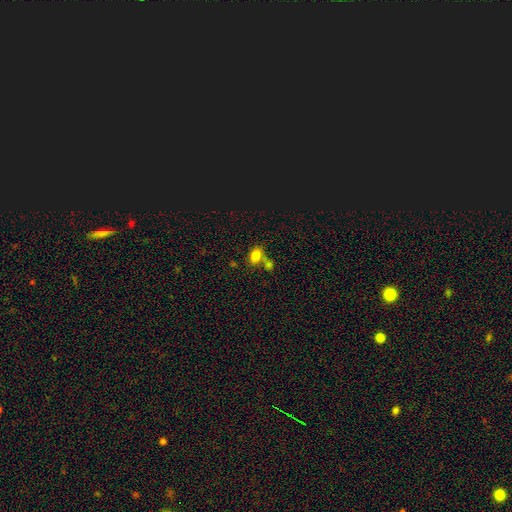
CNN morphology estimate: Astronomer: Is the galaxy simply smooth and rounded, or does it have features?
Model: smooth — 79%.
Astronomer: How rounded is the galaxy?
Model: in between — 81%.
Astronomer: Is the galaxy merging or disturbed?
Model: none — 47% (runner-up: merger, 36%).